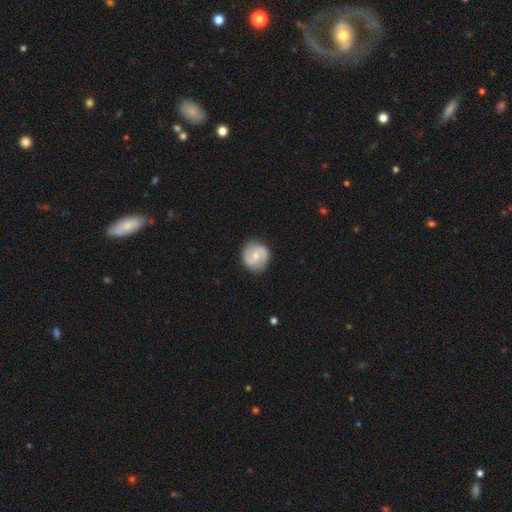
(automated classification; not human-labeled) Smooth or featured? featured or disk (65%)
Edge-on disk? no (98%)
Bar? weak (45%, tied with no)
Spiral arms? yes (88%)
Spiral winding? medium (47%)
Spiral arm count? 2 (89%)
Bulge size? moderate (49%)
Merging? none (87%)